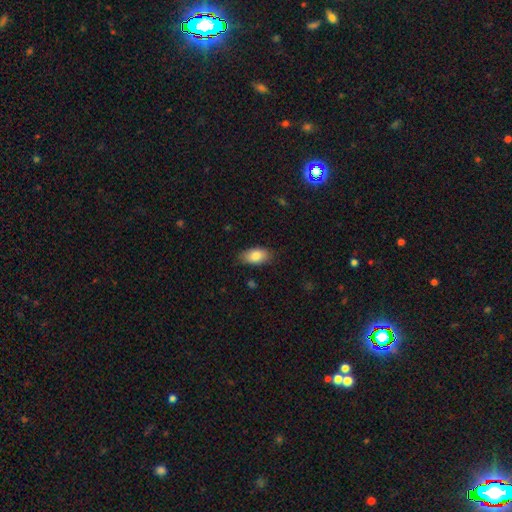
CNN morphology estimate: This appears to be a smooth galaxy with no disk features (84%) that is in between round and cigar-shaped (92%). Merging: none (82%).